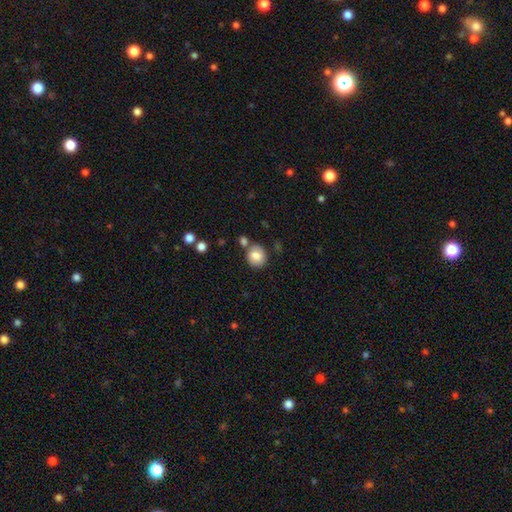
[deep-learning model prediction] Smooth or featured: smooth — 79% (featured or disk — 12%)
How rounded: round — 79% (in between — 20%)
Merging: none — 72% (merger — 13%)